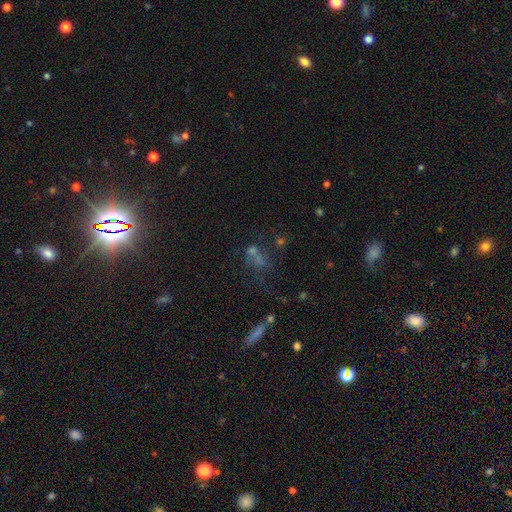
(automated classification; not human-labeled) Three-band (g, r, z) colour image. It shows a smooth galaxy with no disk features (43%). Merging: none (38%).